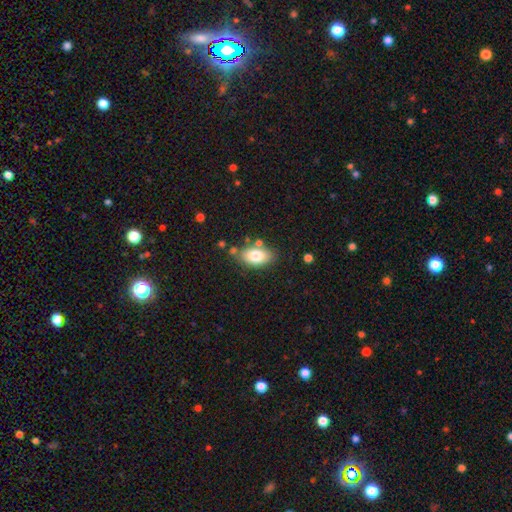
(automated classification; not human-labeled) Smooth or featured? smooth (78%)
How rounded? in between (91%)
Merging? none (74%)